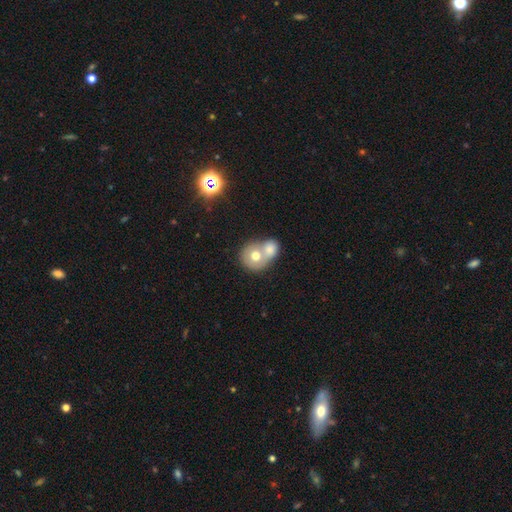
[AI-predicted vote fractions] smooth 64%, featured or disk 27%, star or artifact 9%. Down the decision tree: how rounded — round (75%); merging — merger (69%).